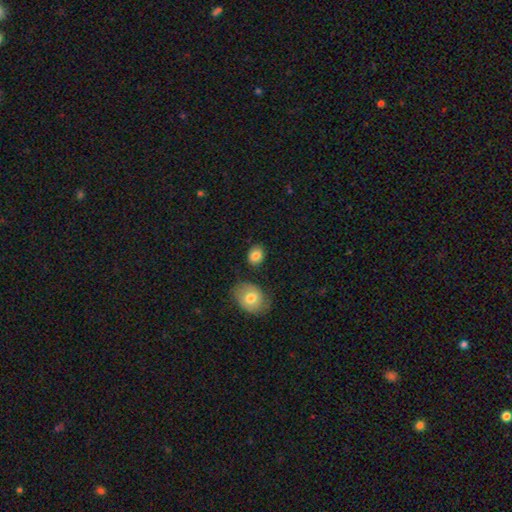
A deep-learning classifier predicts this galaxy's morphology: Overall: smooth (84%). How rounded: in between (51%; round 48%). Merging: none (80%).